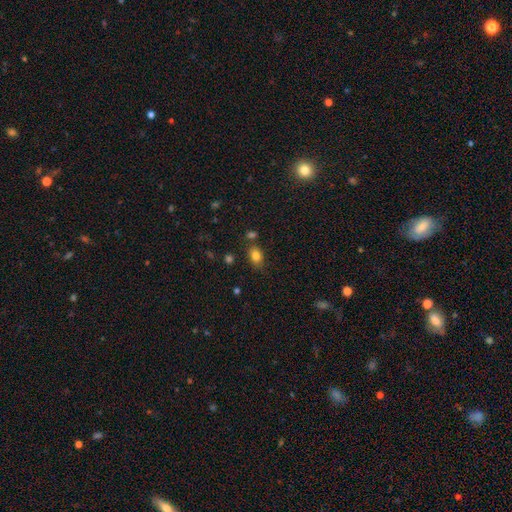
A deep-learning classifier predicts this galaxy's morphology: This appears to be a smooth galaxy with no disk features (82%) that is in between round and cigar-shaped (77%). Merging: none (74%).